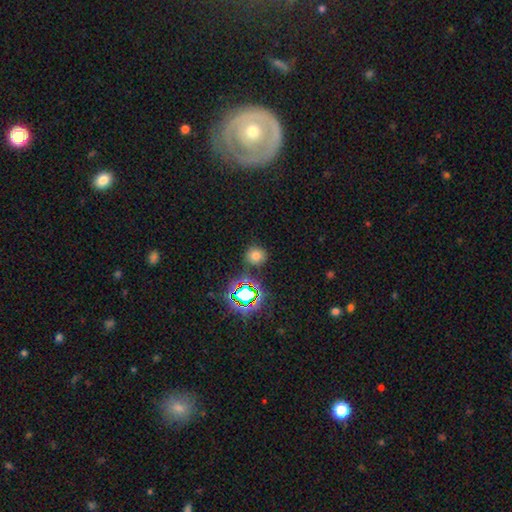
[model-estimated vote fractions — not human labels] A smooth galaxy with no disk features (68%) that is round (88%). Merging: none (81%).